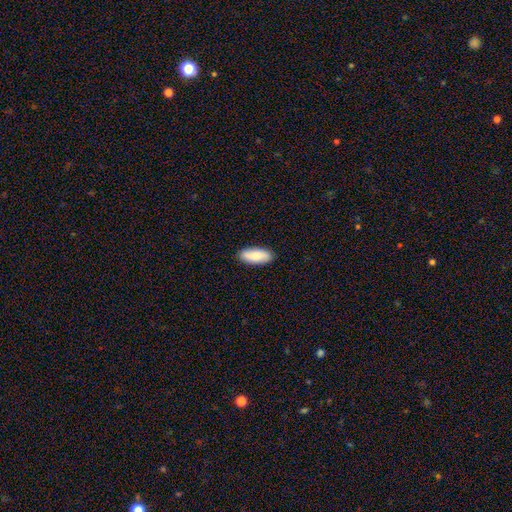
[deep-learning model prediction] This is clearly a smooth galaxy (83%). How rounded: likely in between (76%). Merging: clearly none (89%).